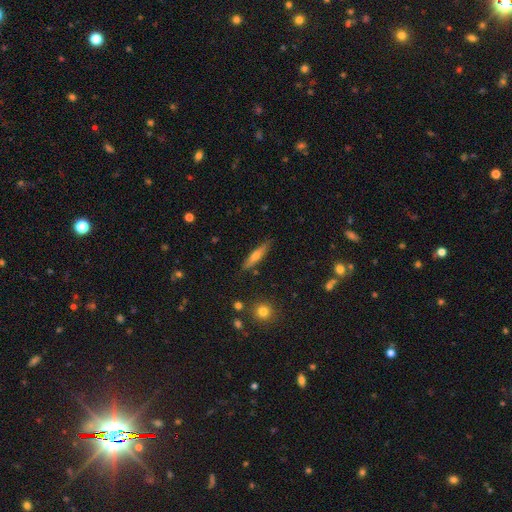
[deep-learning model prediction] Q: Smooth or featured?
A: smooth (52%); runner-up: featured or disk (41%)
Q: How rounded?
A: cigar-shaped (85%); runner-up: in between (12%)
Q: Merging?
A: none (86%); runner-up: minor disturbance (10%)